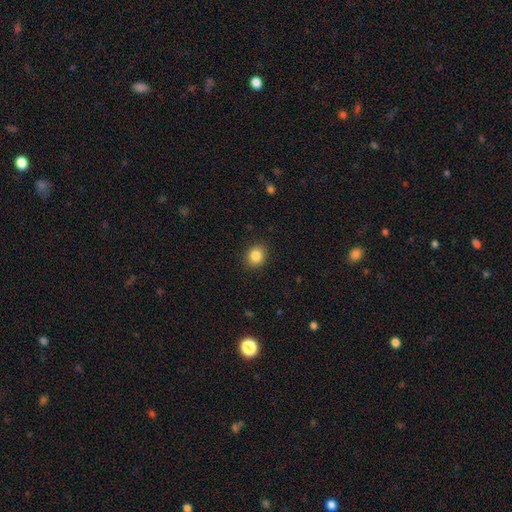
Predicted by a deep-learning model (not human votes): Smooth or featured: smooth — 85% (star or artifact — 10%)
How rounded: round — 72% (in between — 27%)
Merging: none — 90% (minor disturbance — 7%)